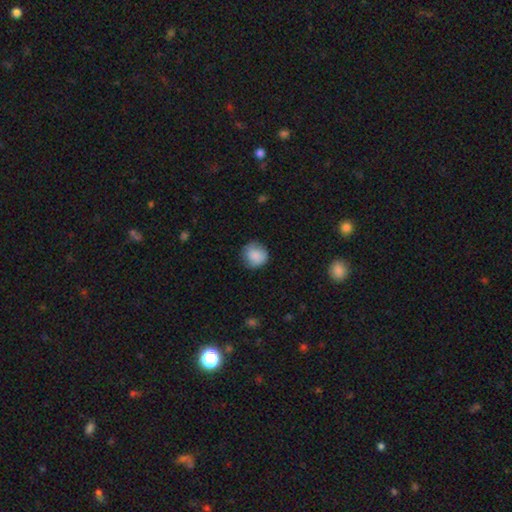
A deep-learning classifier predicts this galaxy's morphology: A smooth galaxy with no disk features (86%) that is round (88%). Merging: none (78%).